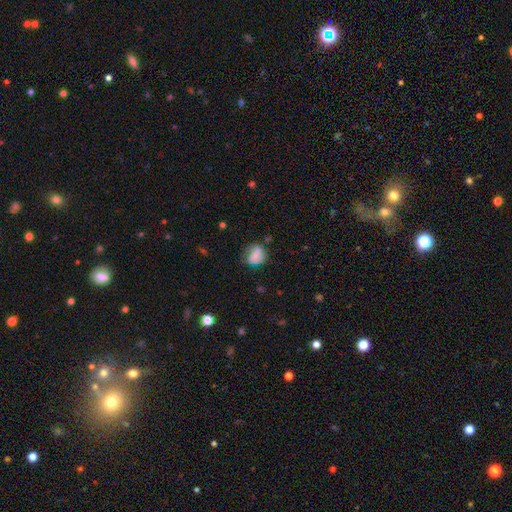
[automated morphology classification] smooth_or_featured: smooth (p=0.66) [alt: featured or disk p=0.24]
how_rounded: in between (p=0.50) [alt: round p=0.49]
merging: none (p=0.48) [alt: minor disturbance p=0.30]